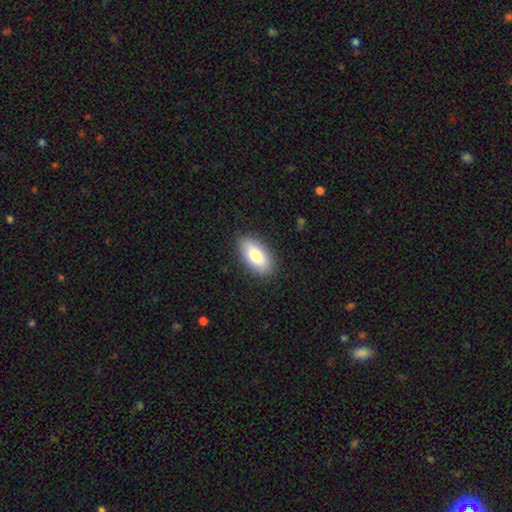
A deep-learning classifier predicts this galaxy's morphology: smooth_or_featured: smooth (p=0.83) [alt: featured or disk p=0.11]
how_rounded: in between (p=0.90) [alt: cigar-shaped p=0.07]
merging: none (p=0.87) [alt: minor disturbance p=0.10]